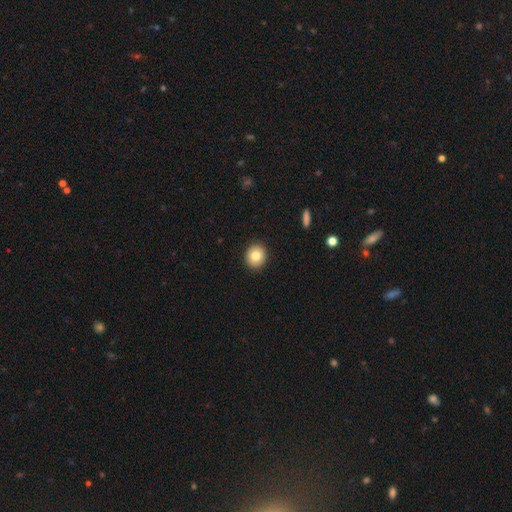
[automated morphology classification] A smooth galaxy with no disk features (78%) that is round (84%). Merging: none (91%).